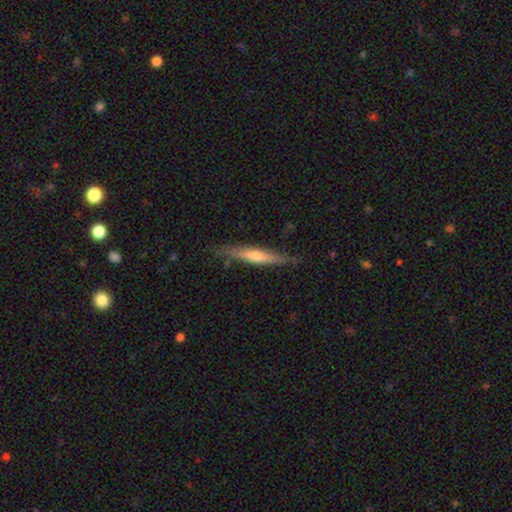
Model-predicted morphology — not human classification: smooth_or_featured: featured or disk (p=0.57) [alt: smooth p=0.37]
disk_edge_on: yes (p=0.95) [alt: no p=0.05]
edge_on_bulge: rounded (p=0.65) [alt: none p=0.27]
merging: none (p=0.83) [alt: minor disturbance p=0.13]